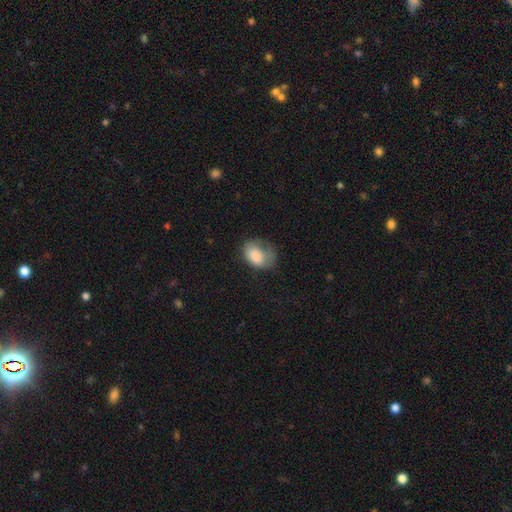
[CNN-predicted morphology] A smooth galaxy with no disk features (79%) that is in between round and cigar-shaped (76%). Merging: major disturbance (35%).